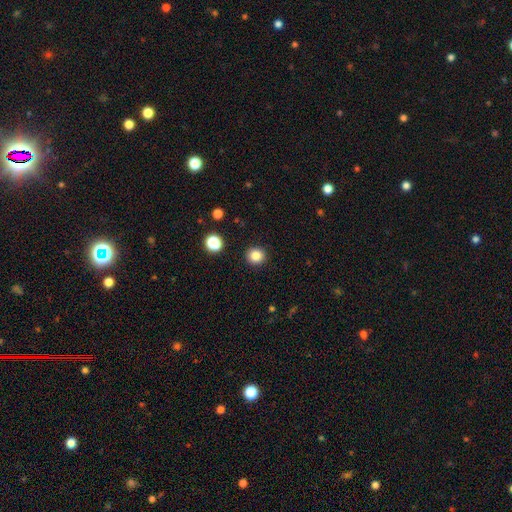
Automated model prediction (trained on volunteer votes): smooth-or-featured: smooth: 84% | star or artifact: 11% | featured or disk: 4%
  how-rounded: round: 92% | in between: 7% | cigar-shaped: 1%
  merging: none: 92% | minor disturbance: 5% | major disturbance: 2% | merger: 1%